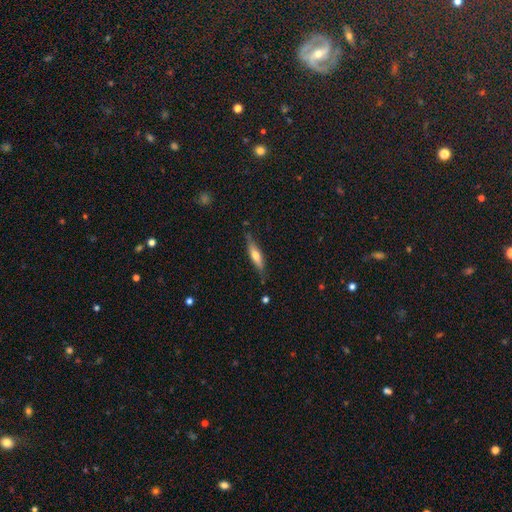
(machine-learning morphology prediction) smooth-or-featured: smooth: 49% | featured or disk: 45% | star or artifact: 6%
  merging: none: 78% | minor disturbance: 17% | major disturbance: 3% | merger: 2%